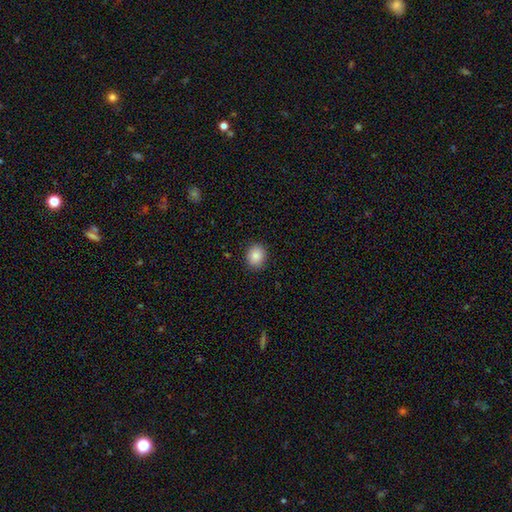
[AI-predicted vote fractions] Overall: smooth (86%). How rounded: round (69%; in between 30%). Merging: none (90%).